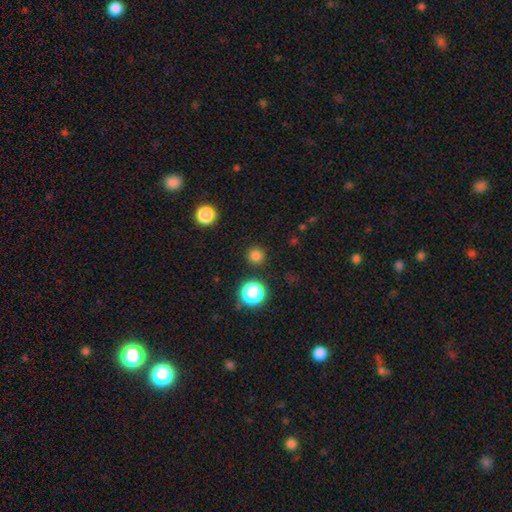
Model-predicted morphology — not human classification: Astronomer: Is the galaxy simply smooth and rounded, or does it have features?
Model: smooth — 78%.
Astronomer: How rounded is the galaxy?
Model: round — 94%.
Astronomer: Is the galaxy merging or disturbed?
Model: none — 90%.